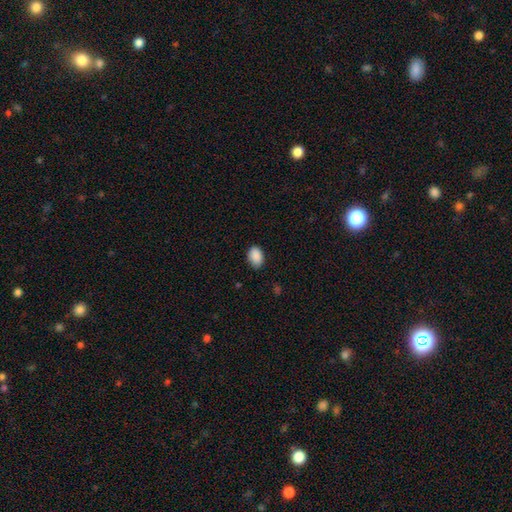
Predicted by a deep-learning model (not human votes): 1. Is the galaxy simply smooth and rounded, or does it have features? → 90% smooth, 7% star or artifact, 3% featured or disk.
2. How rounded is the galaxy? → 84% in between, 14% round, 1% cigar-shaped.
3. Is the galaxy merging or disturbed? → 81% none, 15% minor disturbance, 3% major disturbance, 1% merger.